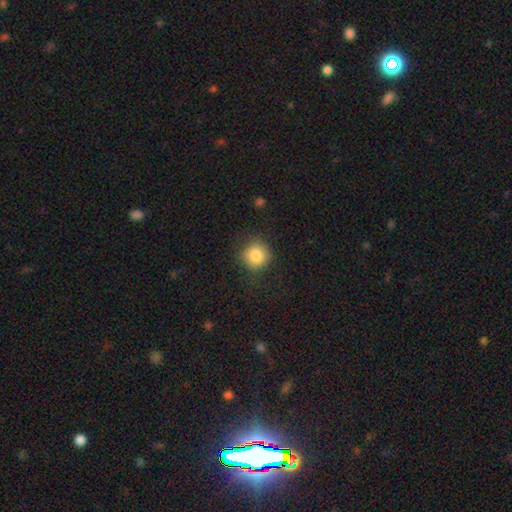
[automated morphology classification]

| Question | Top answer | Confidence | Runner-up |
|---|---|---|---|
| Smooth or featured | smooth | 83% | star or artifact (10%) |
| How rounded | round | 92% | in between (7%) |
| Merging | none | 82% | minor disturbance (12%) |